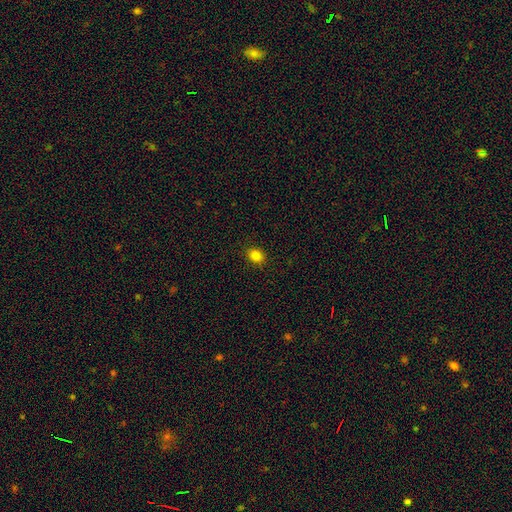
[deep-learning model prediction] Smooth or featured? Predicted: smooth (p=0.84). How rounded? Predicted: round (p=0.59). Merging? Predicted: none (p=0.90).